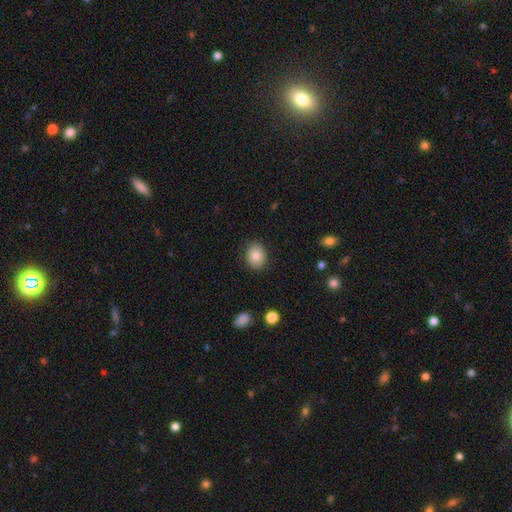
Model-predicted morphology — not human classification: Smooth or featured? Predicted: smooth (p=0.81). How rounded? Predicted: round (p=0.57). Merging? Predicted: none (p=0.88).